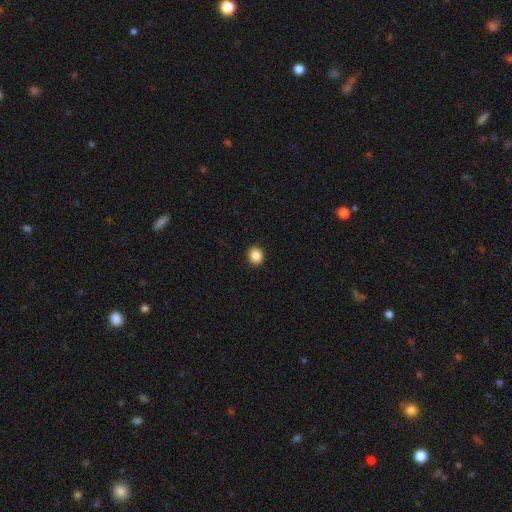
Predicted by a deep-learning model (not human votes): Smooth or featured? smooth (87%)
How rounded? round (69%)
Merging? none (92%)